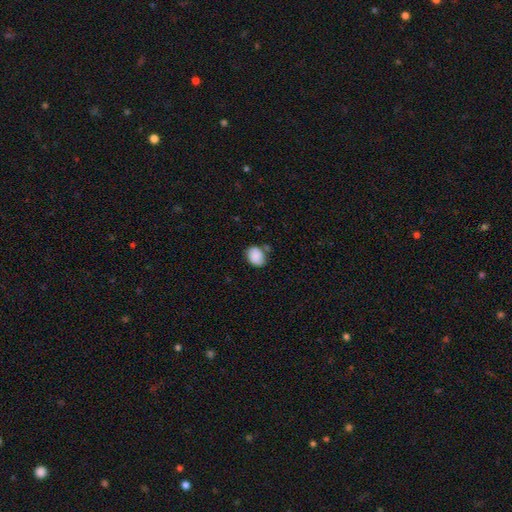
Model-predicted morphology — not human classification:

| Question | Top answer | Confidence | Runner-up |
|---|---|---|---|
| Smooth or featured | smooth | 84% | featured or disk (8%) |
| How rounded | in between | 59% | round (40%) |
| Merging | none | 67% | minor disturbance (21%) |